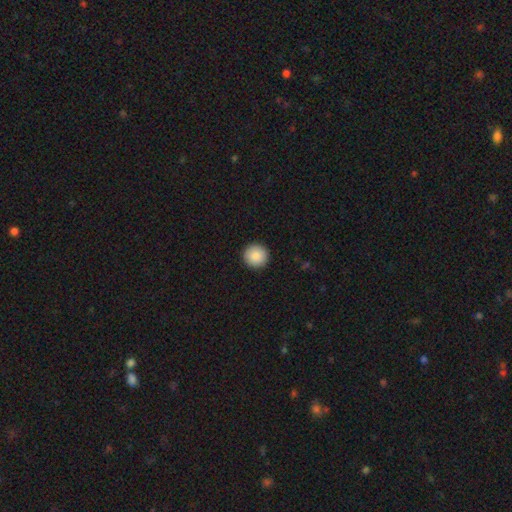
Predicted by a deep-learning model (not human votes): Smooth or featured: smooth — 88% (star or artifact — 8%)
How rounded: round — 95% (in between — 4%)
Merging: none — 94% (minor disturbance — 4%)